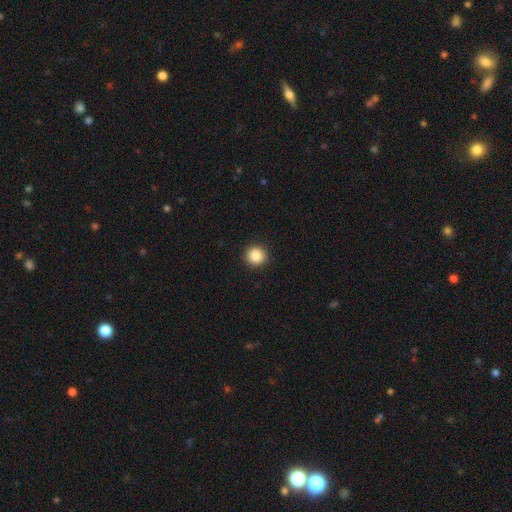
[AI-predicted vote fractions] Smooth or featured? Predicted: smooth (p=0.87). How rounded? Predicted: round (p=0.94). Merging? Predicted: none (p=0.92).